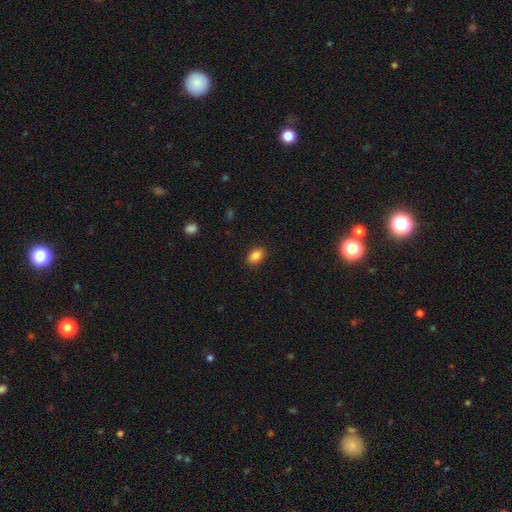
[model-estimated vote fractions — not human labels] smooth 87%, star or artifact 9%, featured or disk 5%. Down the decision tree: how rounded — in between (84%); merging — none (89%).